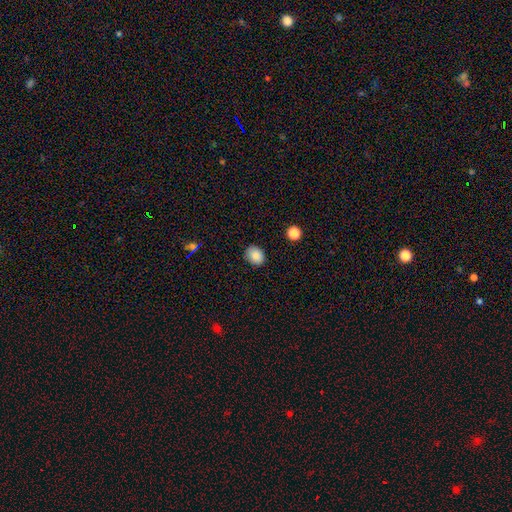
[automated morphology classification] Q: Smooth or featured?
A: smooth (85%); runner-up: star or artifact (9%)
Q: How rounded?
A: round (51%); runner-up: in between (48%)
Q: Merging?
A: none (86%); runner-up: minor disturbance (11%)